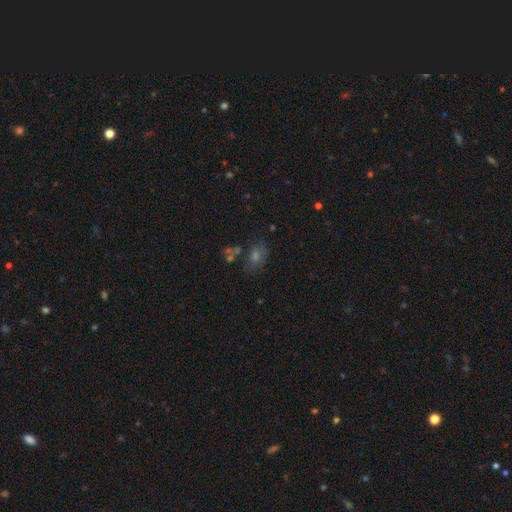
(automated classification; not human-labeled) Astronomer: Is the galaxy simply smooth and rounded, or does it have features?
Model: smooth — 46% (runner-up: star or artifact, 30%).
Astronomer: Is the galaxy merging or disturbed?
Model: none — 65%.